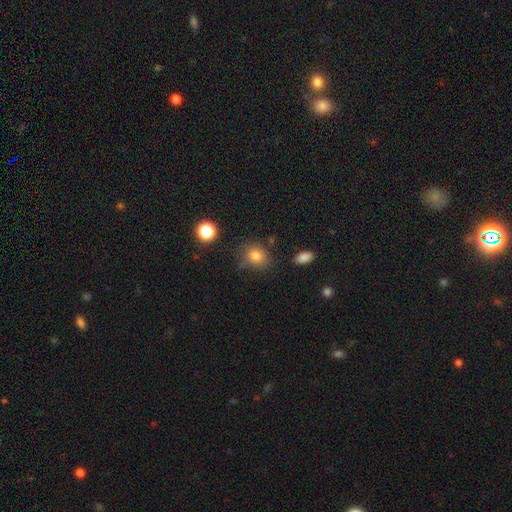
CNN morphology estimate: Q: Smooth or featured?
A: smooth (82%); runner-up: star or artifact (11%)
Q: How rounded?
A: round (62%); runner-up: in between (37%)
Q: Merging?
A: none (73%); runner-up: minor disturbance (17%)